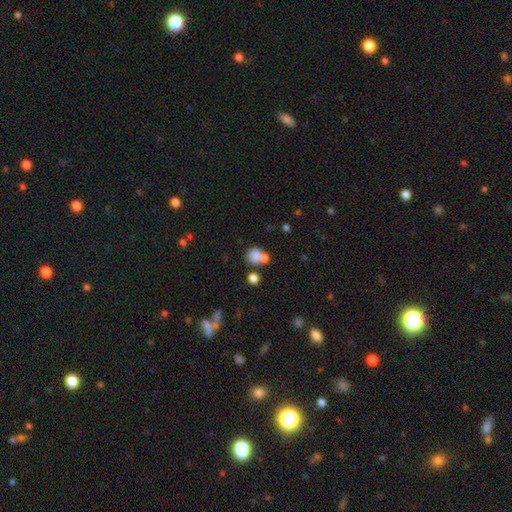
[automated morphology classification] Smooth or featured? smooth (77%)
How rounded? round (76%)
Merging? merger (42%, tied with none)